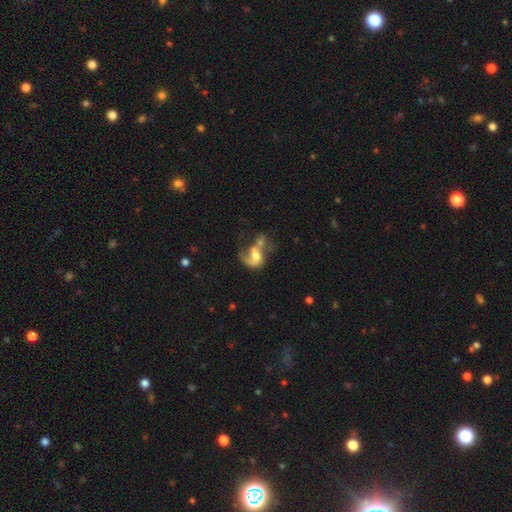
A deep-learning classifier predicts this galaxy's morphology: The model was most divided on "merging": merger: 44%, major disturbance: 26%, none: 18%, minor disturbance: 11%. More confident: edge-on disk — no (97%); spiral arms — yes (69%); bar — no (61%); smooth or featured — featured or disk (58%); bulge size — moderate (56%).